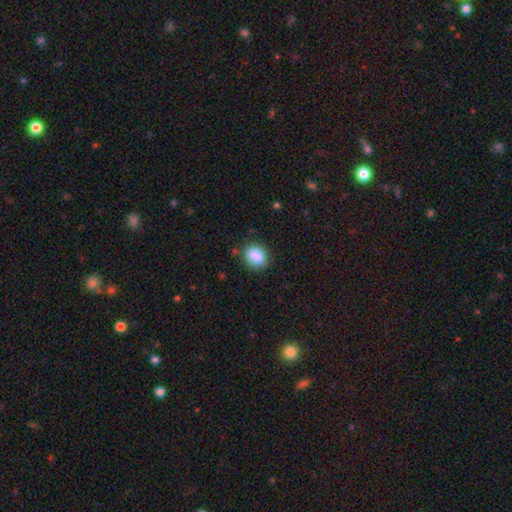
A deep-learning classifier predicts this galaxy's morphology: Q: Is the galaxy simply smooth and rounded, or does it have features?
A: smooth — 87%.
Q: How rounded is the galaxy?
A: in between — 51%.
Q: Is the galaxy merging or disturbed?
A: none — 83%.